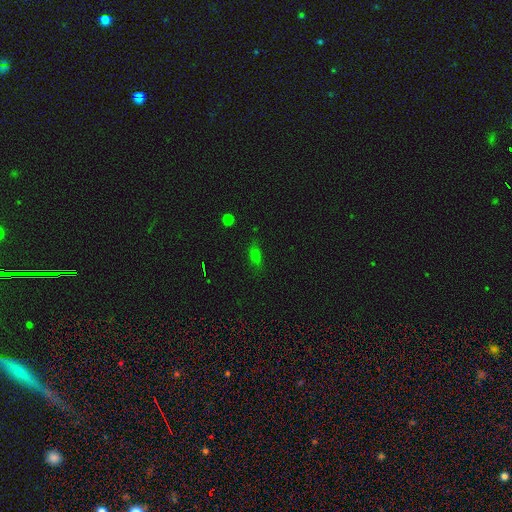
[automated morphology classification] Smooth or featured: smooth — 64% (star or artifact — 24%)
How rounded: in between — 69% (cigar-shaped — 24%)
Merging: none — 73% (minor disturbance — 19%)